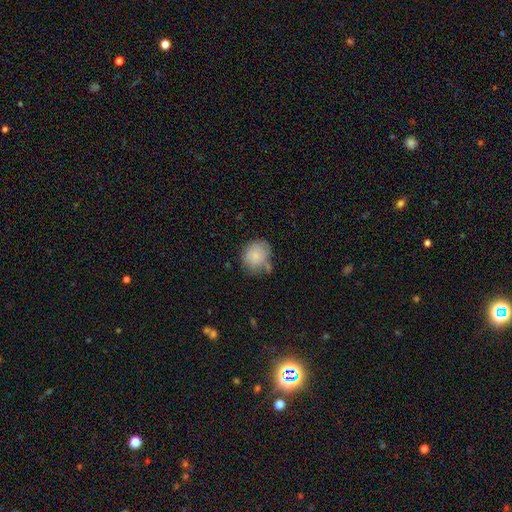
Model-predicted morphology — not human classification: Smooth or featured?
  - smooth: 83% *
  - featured or disk: 9%
  - star or artifact: 8%
How rounded?
  - round: 66% *
  - in between: 33%
  - cigar-shaped: 1%
Merging?
  - none: 60% *
  - minor disturbance: 24%
  - merger: 9%
  - major disturbance: 7%